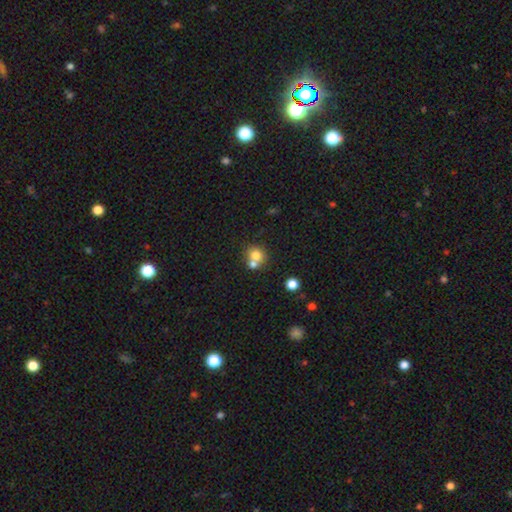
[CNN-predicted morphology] smooth 75%, featured or disk 13%, star or artifact 12%. Down the decision tree: how rounded — round (84%); merging — none (46%).